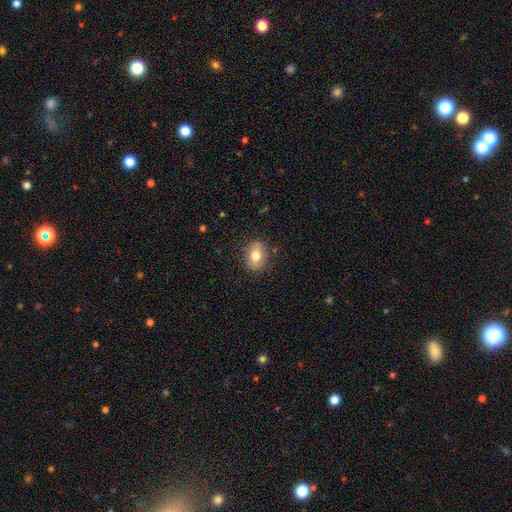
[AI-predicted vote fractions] A smooth galaxy with no disk features (77%) that is in between round and cigar-shaped (72%).

Vote fractions:
- Smooth or featured? smooth: 77% / featured or disk: 15% / star or artifact: 8%
- How rounded? in between: 72% / round: 27% / cigar-shaped: 1%
- Merging? none: 86% / minor disturbance: 10% / major disturbance: 3% / merger: 1%